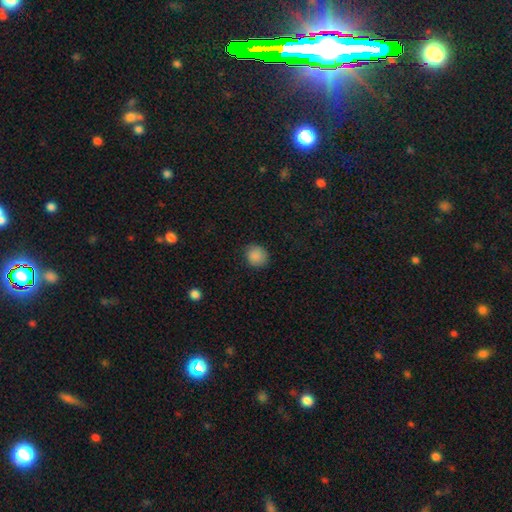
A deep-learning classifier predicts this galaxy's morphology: Smooth or featured?
  - smooth: 87% *
  - star or artifact: 9%
  - featured or disk: 4%
How rounded?
  - round: 84% *
  - in between: 16%
  - cigar-shaped: 1%
Merging?
  - none: 85% *
  - minor disturbance: 11%
  - major disturbance: 3%
  - merger: 1%